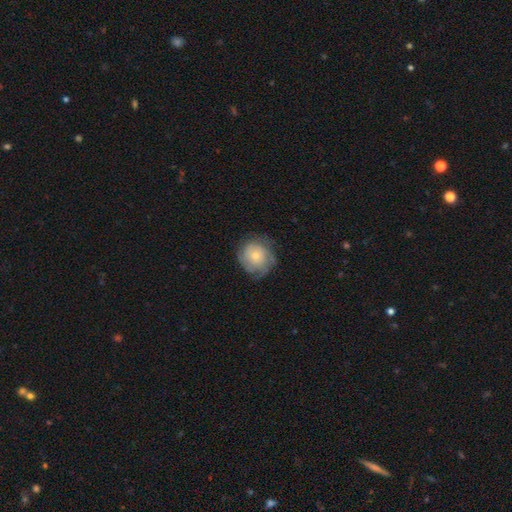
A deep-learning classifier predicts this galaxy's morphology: The model was most divided on "smooth or featured": smooth: 57%, featured or disk: 35%, star or artifact: 7%. More confident: how rounded — round (82%); merging — none (65%).